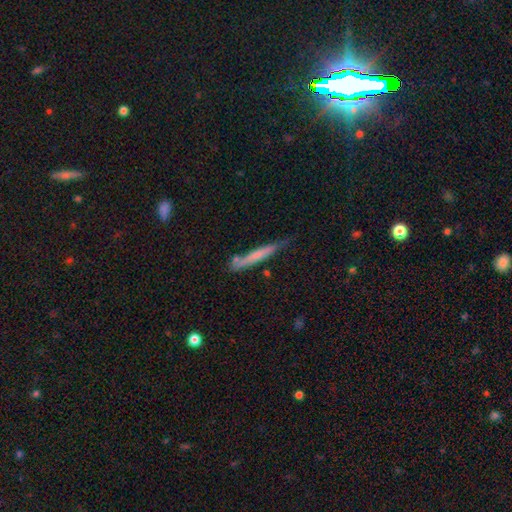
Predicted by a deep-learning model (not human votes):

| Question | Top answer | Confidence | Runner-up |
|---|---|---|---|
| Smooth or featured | smooth | 55% | featured or disk (39%) |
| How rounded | cigar-shaped | 95% | in between (4%) |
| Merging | none | 65% | minor disturbance (23%) |